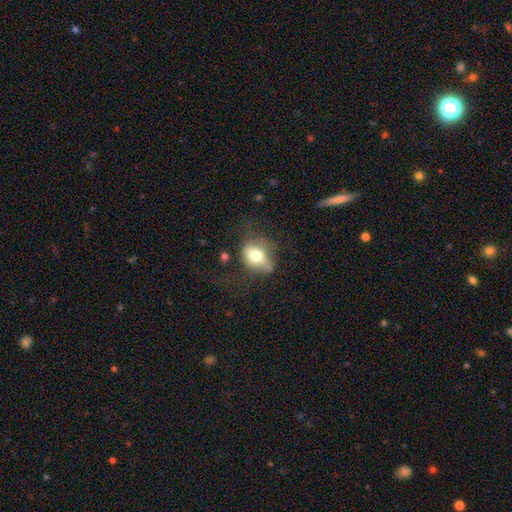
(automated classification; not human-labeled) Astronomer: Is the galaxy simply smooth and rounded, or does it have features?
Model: smooth — 66%.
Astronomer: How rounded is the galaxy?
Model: in between — 68%.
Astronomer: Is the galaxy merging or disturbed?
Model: none — 42% (runner-up: minor disturbance, 29%).